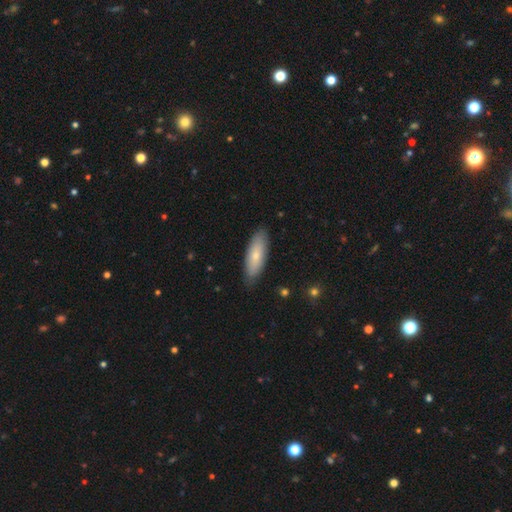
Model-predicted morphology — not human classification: Smooth or featured? smooth (69%)
How rounded? in between (62%)
Merging? none (85%)